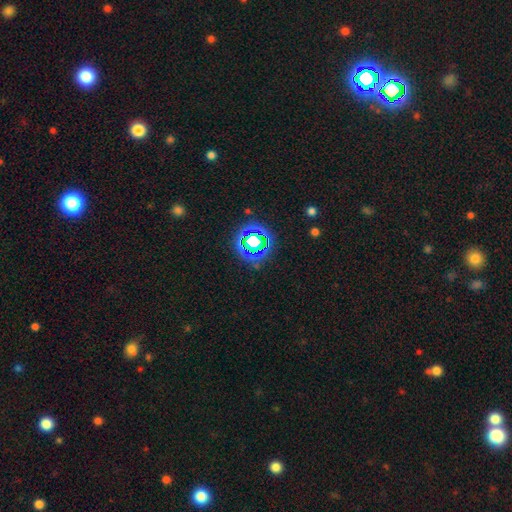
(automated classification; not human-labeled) This appears to be a star or artifact, not a galaxy (77%).